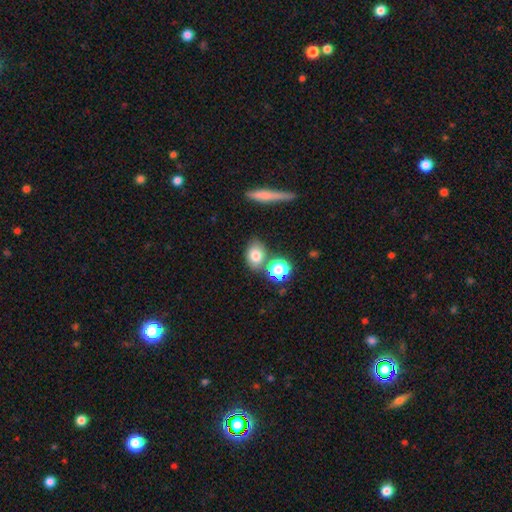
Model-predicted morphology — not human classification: Smooth or featured? smooth (76%)
How rounded? in between (63%)
Merging? none (68%)